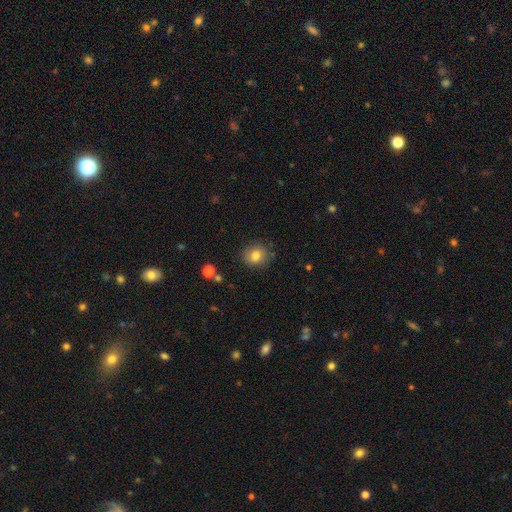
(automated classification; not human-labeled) This appears to be a smooth galaxy with no disk features (81%) that is round (79%). Merging: none (85%).